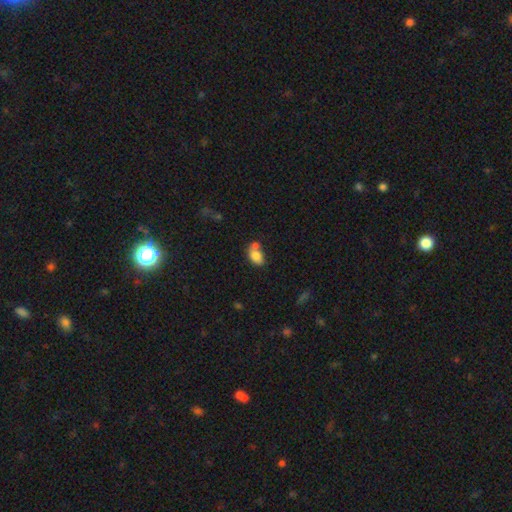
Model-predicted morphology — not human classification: smooth_or_featured: smooth (p=0.80) [alt: featured or disk p=0.12]
how_rounded: in between (p=0.84) [alt: round p=0.14]
merging: merger (p=0.40) [alt: none p=0.38]